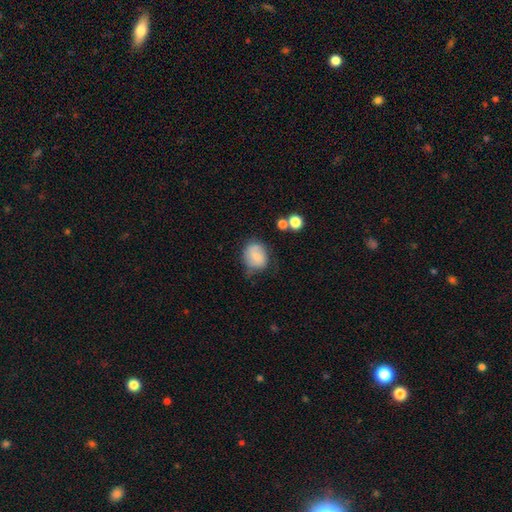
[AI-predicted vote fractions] Morphology: type=smooth (68%); roundness=round (61%); merging=none (57%).